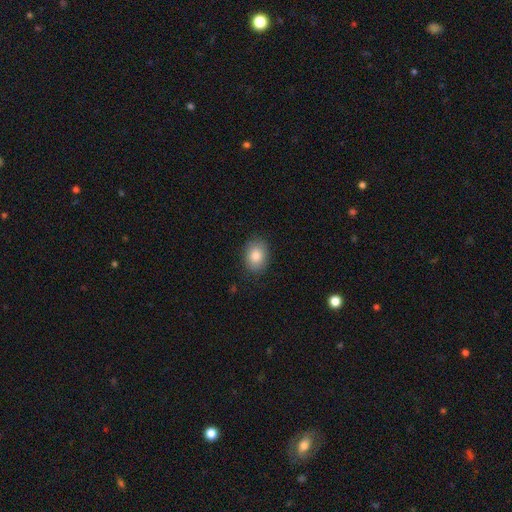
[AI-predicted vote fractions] smooth 85%, star or artifact 8%, featured or disk 7%. Down the decision tree: how rounded — in between (64%); merging — none (86%).